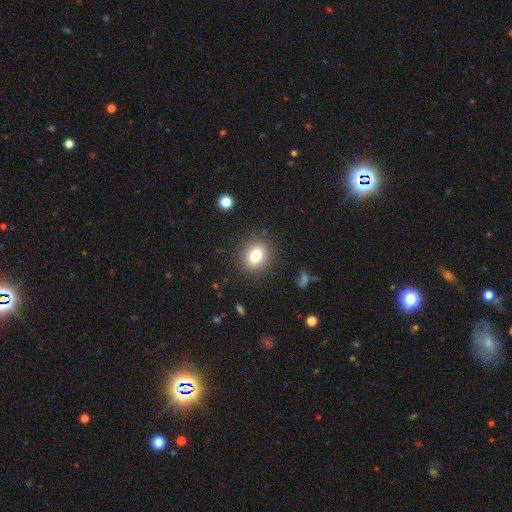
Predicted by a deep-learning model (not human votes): Smooth or featured? smooth (79%)
How rounded? round (65%)
Merging? none (87%)